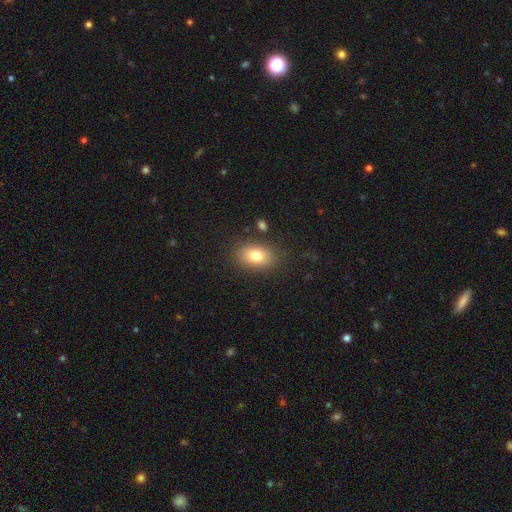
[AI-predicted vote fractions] smooth_or_featured: smooth (p=0.80) [alt: featured or disk p=0.11]
how_rounded: in between (p=0.82) [alt: round p=0.16]
merging: none (p=0.83) [alt: minor disturbance p=0.11]